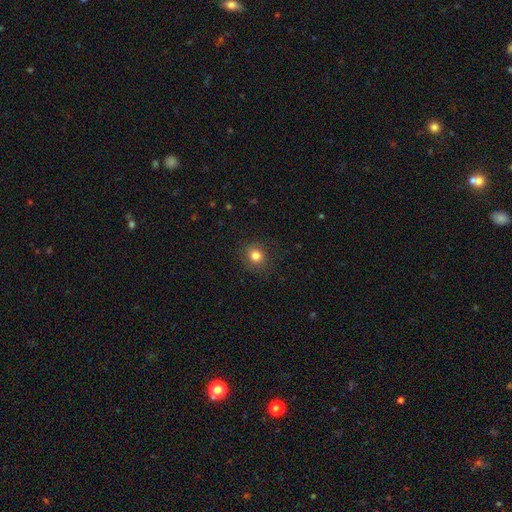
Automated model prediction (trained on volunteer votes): Smooth or featured?
  - smooth: 81% *
  - star or artifact: 12%
  - featured or disk: 6%
How rounded?
  - round: 85% *
  - in between: 15%
  - cigar-shaped: 1%
Merging?
  - none: 86% *
  - minor disturbance: 10%
  - major disturbance: 4%
  - merger: 1%